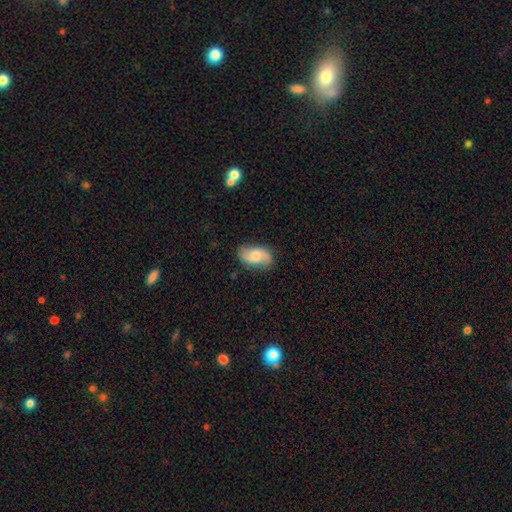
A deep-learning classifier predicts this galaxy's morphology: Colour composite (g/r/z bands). It shows a featured or disk galaxy (49%). Merging: none (80%).